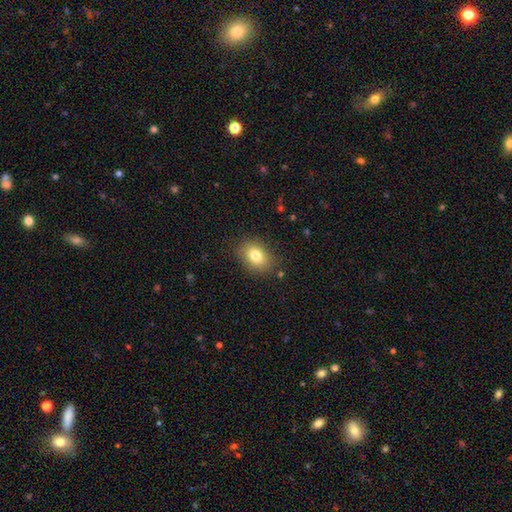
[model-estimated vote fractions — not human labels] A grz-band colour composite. It shows a smooth galaxy with no disk features (80%) that is in between round and cigar-shaped (69%). Merging: none (84%).